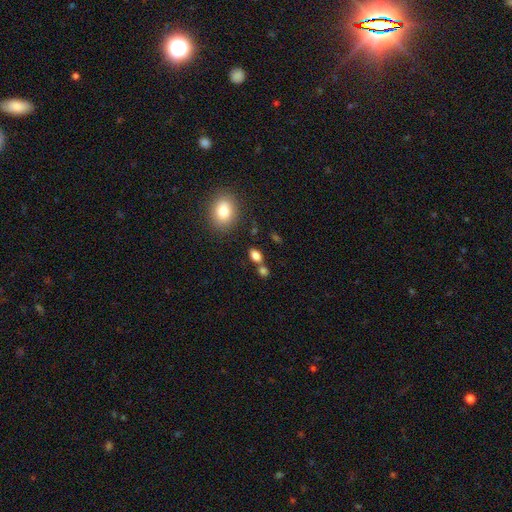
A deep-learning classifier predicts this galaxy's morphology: A smooth galaxy with no disk features (81%) that is in between round and cigar-shaped (81%).

Vote fractions:
- Smooth or featured? smooth: 81% / star or artifact: 11% / featured or disk: 8%
- How rounded? in between: 81% / round: 15% / cigar-shaped: 4%
- Merging? none: 58% / merger: 26% / minor disturbance: 12% / major disturbance: 4%